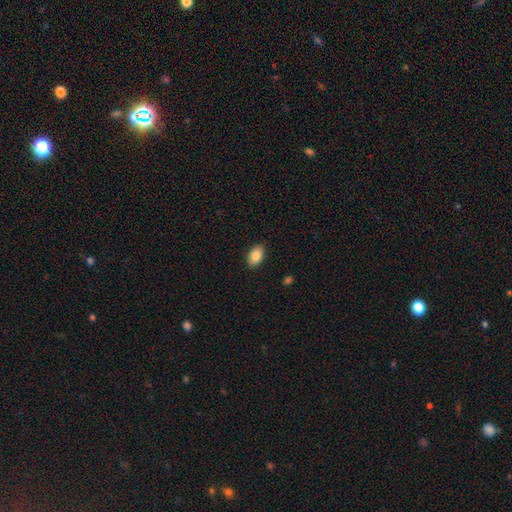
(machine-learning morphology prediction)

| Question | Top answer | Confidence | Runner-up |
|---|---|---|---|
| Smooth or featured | smooth | 85% | featured or disk (7%) |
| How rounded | in between | 90% | round (8%) |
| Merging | none | 87% | minor disturbance (10%) |